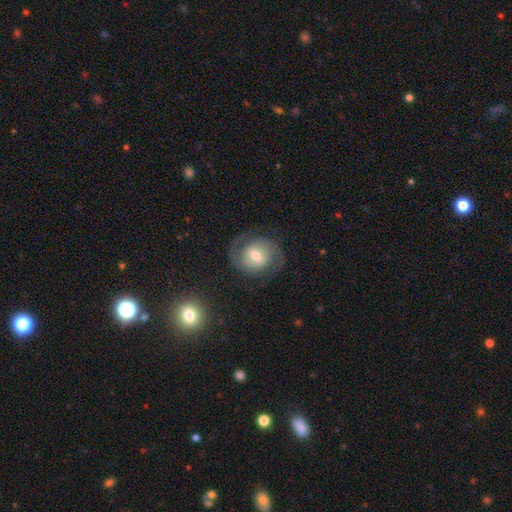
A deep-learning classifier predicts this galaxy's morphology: A featured or disk galaxy (73%) with a weak bar (46%), 2 (88%) medium (47%) spiral arms (90%) and a moderate central bulge (69%).

Vote fractions:
- Smooth or featured? featured or disk: 73% / smooth: 20% / star or artifact: 7%
- Edge-on disk? no: 97% / yes: 3%
- Bar? weak: 46% / no: 39% / strong: 15%
- Spiral arms? yes: 90% / no: 10%
- Spiral winding? medium: 47% / tight: 34% / loose: 19%
- Spiral arm count? 2: 88% / can't tell: 6% / 1: 3% / 3: 1% / 4: 1% / more than 4: 1%
- Bulge size? moderate: 69% / small: 21% / large: 8% / none: 1% / dominant: 1%
- Merging? none: 77% / minor disturbance: 13% / major disturbance: 8% / merger: 1%